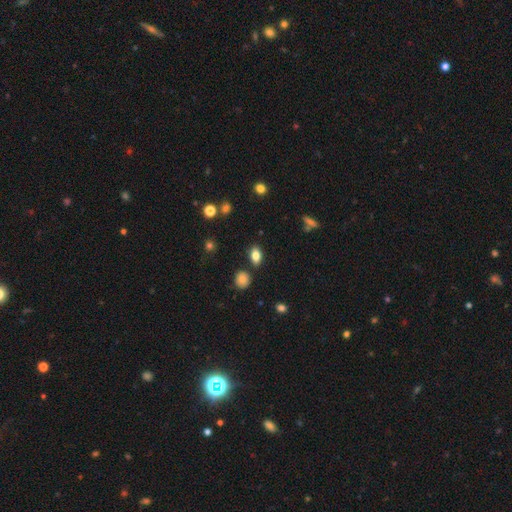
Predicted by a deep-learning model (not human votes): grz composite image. It shows a smooth galaxy with no disk features (81%) that is in between round and cigar-shaped (85%). Merging: none (84%).